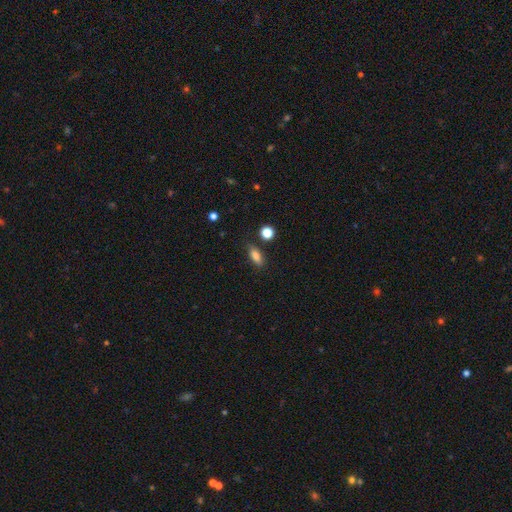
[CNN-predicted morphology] This is clearly a smooth galaxy (81%). How rounded: likely in between (74%). Merging: likely none (77%).